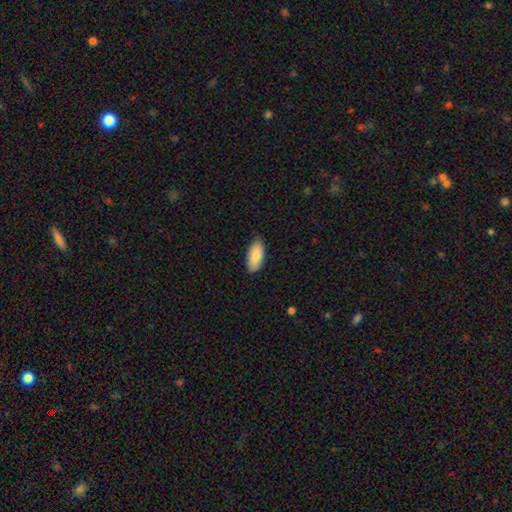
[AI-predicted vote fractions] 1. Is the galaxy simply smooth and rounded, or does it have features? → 86% smooth, 8% featured or disk, 6% star or artifact.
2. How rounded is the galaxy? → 92% in between, 6% cigar-shaped, 2% round.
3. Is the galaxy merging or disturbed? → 78% none, 19% minor disturbance, 2% major disturbance, 1% merger.